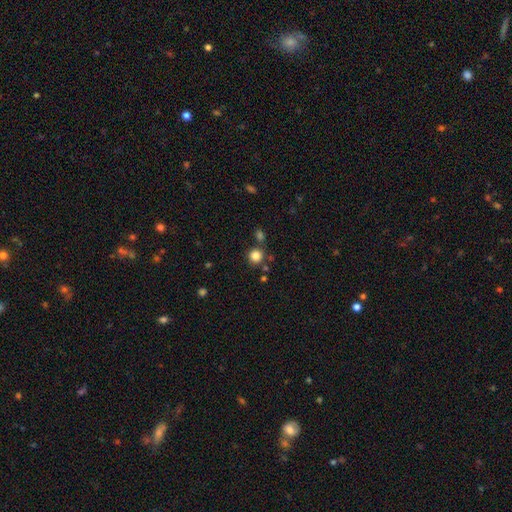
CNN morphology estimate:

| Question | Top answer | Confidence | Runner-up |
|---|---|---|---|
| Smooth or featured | smooth | 83% | star or artifact (12%) |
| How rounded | round | 92% | in between (7%) |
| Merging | none | 78% | merger (10%) |